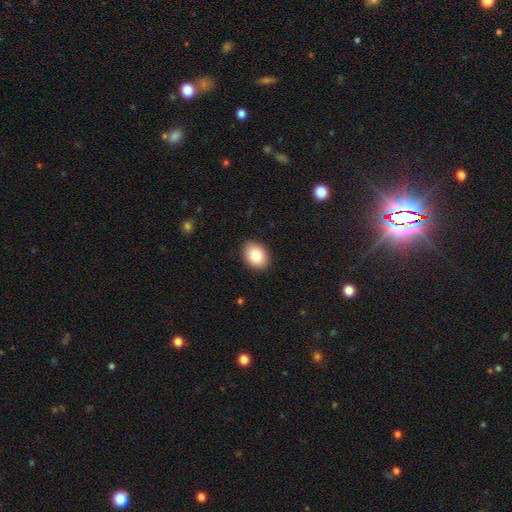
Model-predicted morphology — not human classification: This is clearly a smooth galaxy (83%). How rounded: likely in between (70%). Merging: clearly none (89%).